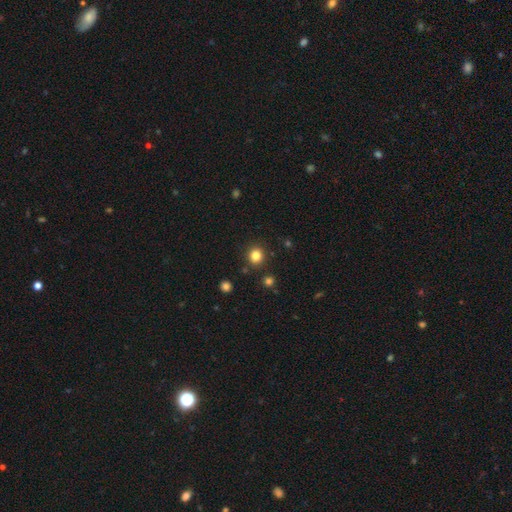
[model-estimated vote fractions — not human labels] Overall: smooth (83%). How rounded: round (87%). Merging: none (89%).